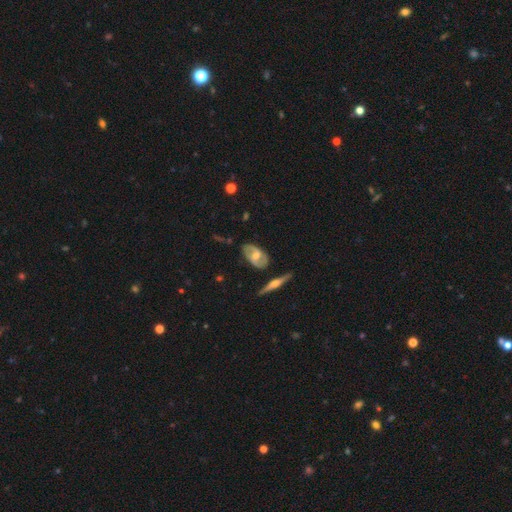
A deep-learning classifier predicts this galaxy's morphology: type=featured or disk (70%); edge-on=no (86%); bar=weak (46%); spiral arms=yes (79%); bulge=moderate (61%); merging=none (74%).